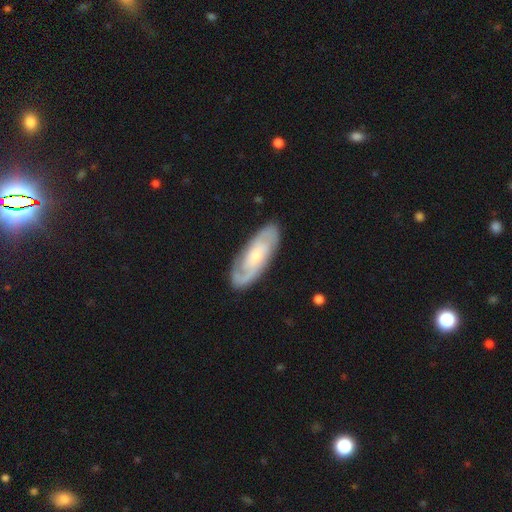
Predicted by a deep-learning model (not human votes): The model was most divided on "spiral winding": tight: 49%, medium: 39%, loose: 12%. More confident: spiral arms — yes (94%); edge-on disk — no (91%); merging — none (83%); smooth or featured — featured or disk (77%); spiral arm count — 2 (69%); bar — no (63%); bulge size — small (56%).